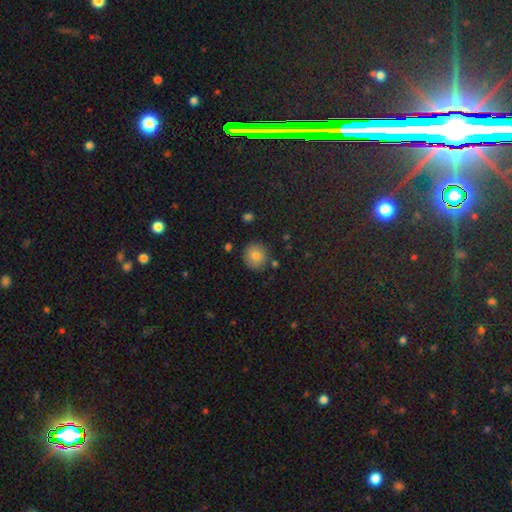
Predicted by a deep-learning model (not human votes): A smooth galaxy with no disk features (80%) that is round (90%). Merging: none (84%).